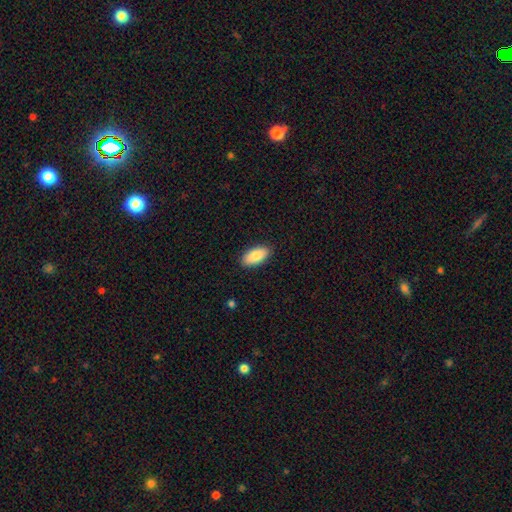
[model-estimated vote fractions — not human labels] A smooth galaxy with no disk features (87%) that is in between round and cigar-shaped (93%).

Vote fractions:
- Smooth or featured? smooth: 87% / featured or disk: 8% / star or artifact: 6%
- How rounded? in between: 93% / cigar-shaped: 5% / round: 2%
- Merging? none: 89% / minor disturbance: 8% / major disturbance: 2% / merger: 1%